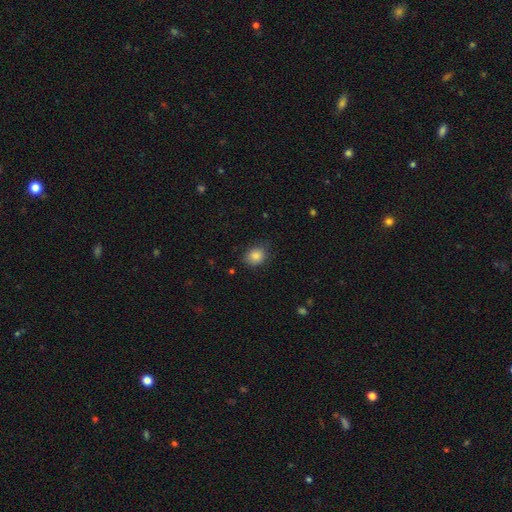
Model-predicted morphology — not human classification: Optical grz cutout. It shows a smooth galaxy with no disk features (86%) that is round (58%). Merging: none (79%).